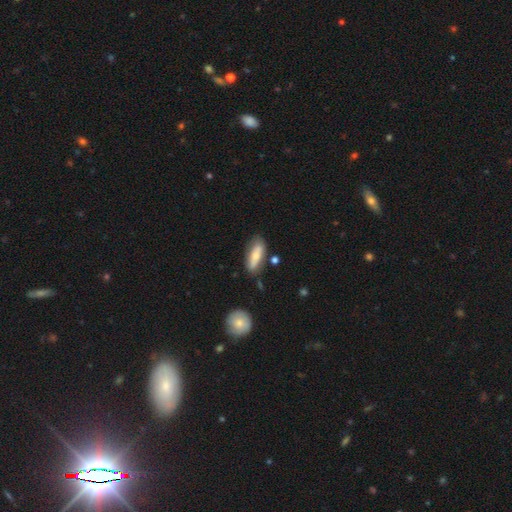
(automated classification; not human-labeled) This is likely a smooth galaxy (70%). How rounded: likely in between (63%). Merging: likely none (68%).